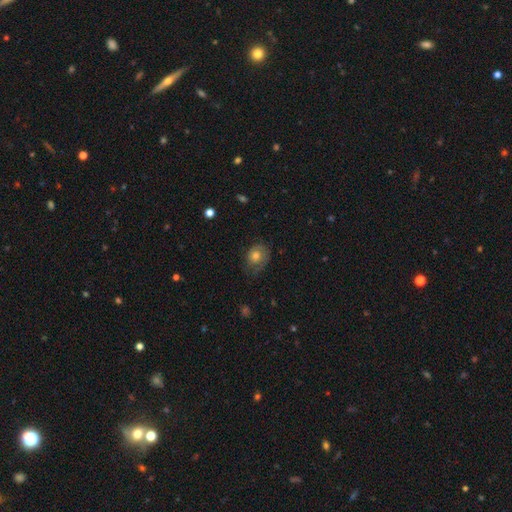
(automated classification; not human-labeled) Smooth or featured: smooth — 65% (featured or disk — 25%)
How rounded: round — 56% (in between — 43%)
Merging: none — 57% (minor disturbance — 28%)